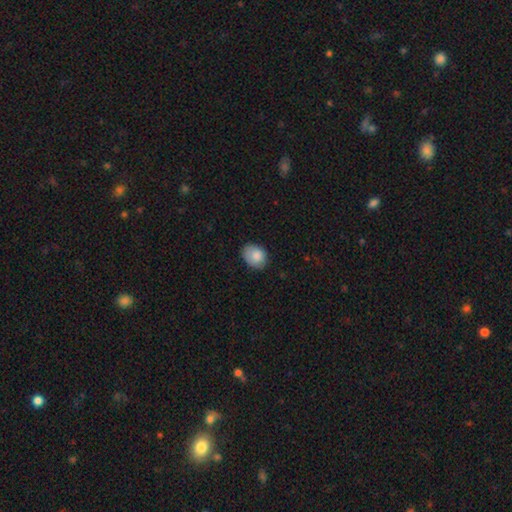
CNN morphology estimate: Q: Smooth or featured?
A: smooth (85%); runner-up: star or artifact (8%)
Q: How rounded?
A: in between (58%); runner-up: round (41%)
Q: Merging?
A: none (71%); runner-up: minor disturbance (23%)